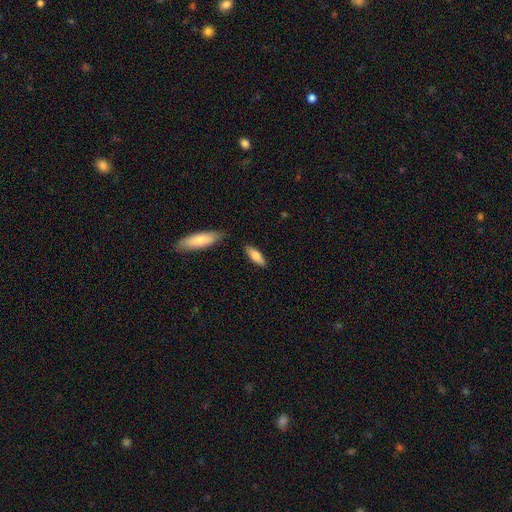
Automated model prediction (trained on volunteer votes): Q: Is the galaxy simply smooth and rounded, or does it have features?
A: smooth — 76%.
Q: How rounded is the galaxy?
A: in between — 55%.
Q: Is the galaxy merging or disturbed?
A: none — 83%.